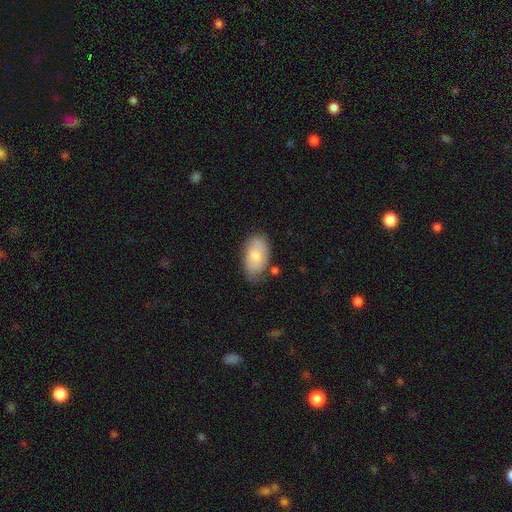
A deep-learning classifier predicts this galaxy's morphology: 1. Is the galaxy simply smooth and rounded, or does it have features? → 72% smooth, 22% featured or disk, 6% star or artifact.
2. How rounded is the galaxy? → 93% in between, 5% round, 2% cigar-shaped.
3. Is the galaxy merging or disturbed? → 69% none, 22% minor disturbance, 5% major disturbance, 5% merger.